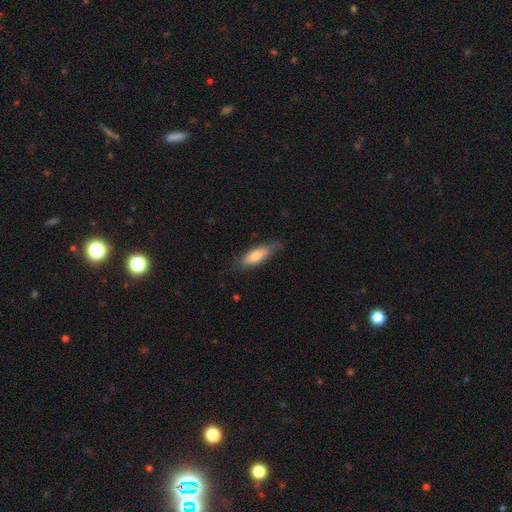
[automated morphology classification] The model was most divided on "how rounded": in between: 59%, cigar-shaped: 39%, round: 2%. More confident: smooth or featured — smooth (65%); merging — none (65%).